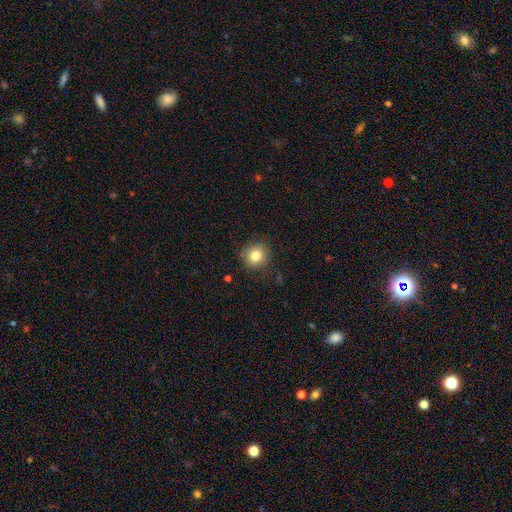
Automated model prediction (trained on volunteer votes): Overall: smooth (81%). How rounded: round (90%). Merging: none (87%).